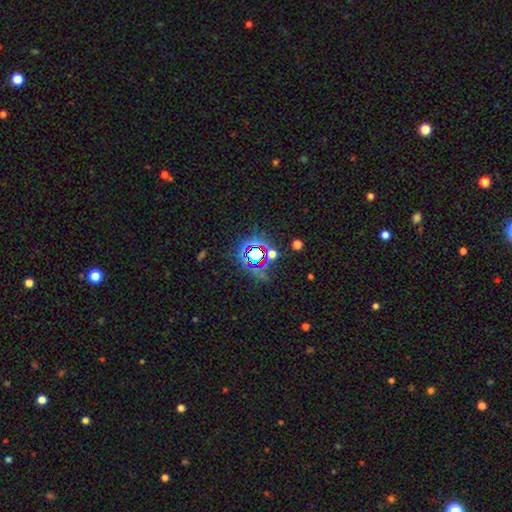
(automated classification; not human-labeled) smooth-or-featured: star or artifact: 69% | smooth: 21% | featured or disk: 11%